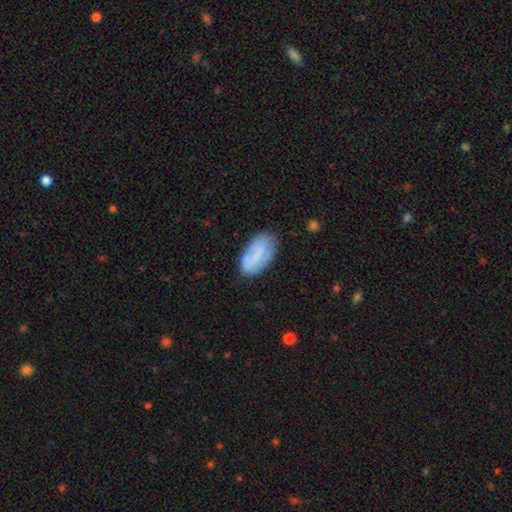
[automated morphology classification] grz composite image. It shows a smooth galaxy with no disk features (66%) that is in between round and cigar-shaped (94%). Merging: none (69%).